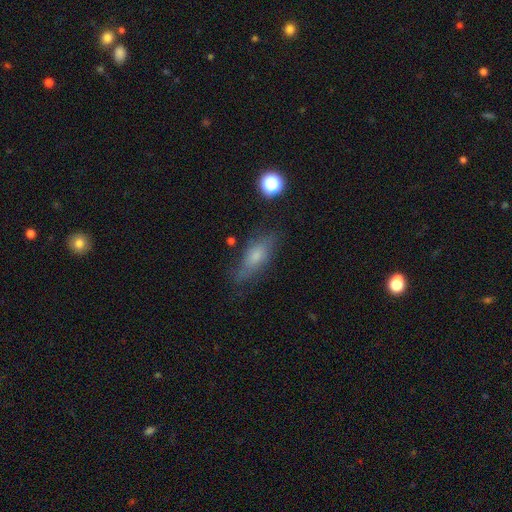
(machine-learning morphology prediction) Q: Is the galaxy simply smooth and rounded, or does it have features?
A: smooth — 57%.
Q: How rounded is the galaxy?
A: in between — 61%.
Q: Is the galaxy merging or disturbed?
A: none — 66%.